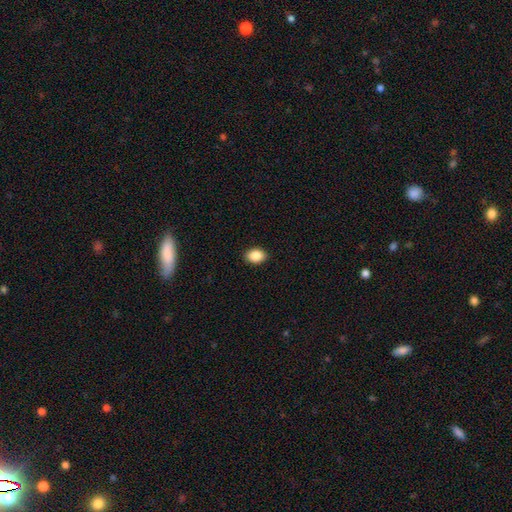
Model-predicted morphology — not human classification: type=smooth (88%); roundness=in between (76%); merging=none (90%).